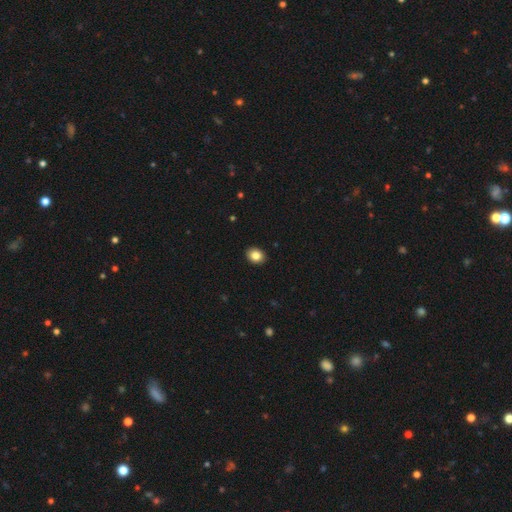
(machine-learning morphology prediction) smooth-or-featured: smooth: 85% | star or artifact: 9% | featured or disk: 6%
  how-rounded: in between: 50% | round: 49% | cigar-shaped: 1%
  merging: none: 92% | minor disturbance: 6% | major disturbance: 1% | merger: 1%